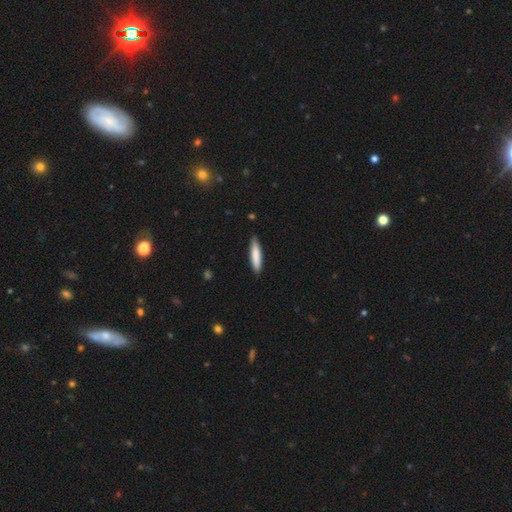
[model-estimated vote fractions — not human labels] Morphology: type=smooth (81%); roundness=cigar-shaped (84%); merging=none (86%).